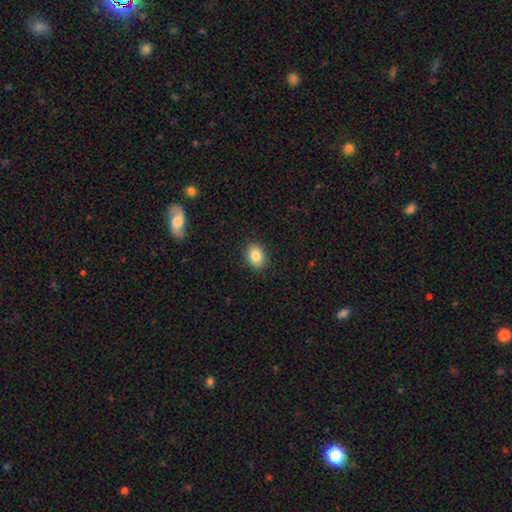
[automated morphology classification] smooth_or_featured: smooth (p=0.83) [alt: star or artifact p=0.09]
how_rounded: in between (p=0.68) [alt: round p=0.31]
merging: none (p=0.89) [alt: minor disturbance p=0.08]